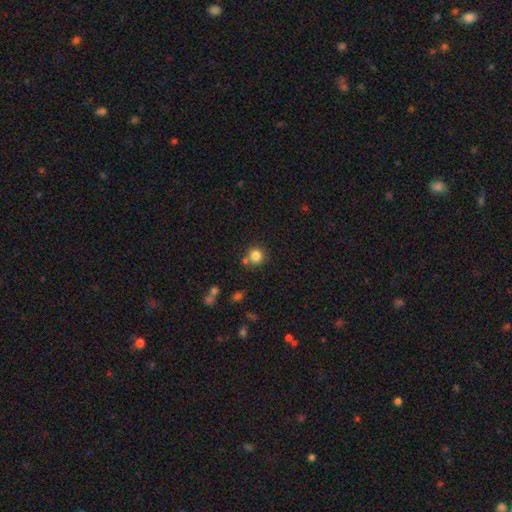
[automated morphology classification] Q: Smooth or featured?
A: smooth (83%); runner-up: star or artifact (11%)
Q: How rounded?
A: round (92%); runner-up: in between (7%)
Q: Merging?
A: none (75%); runner-up: merger (13%)